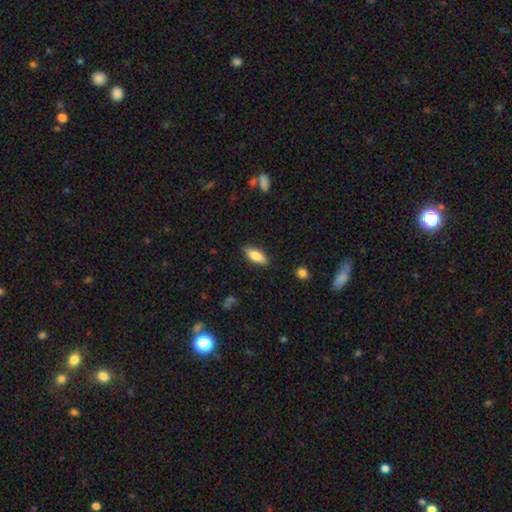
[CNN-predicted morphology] This is likely a smooth galaxy (77%). How rounded: likely in between (75%). Merging: clearly none (86%).